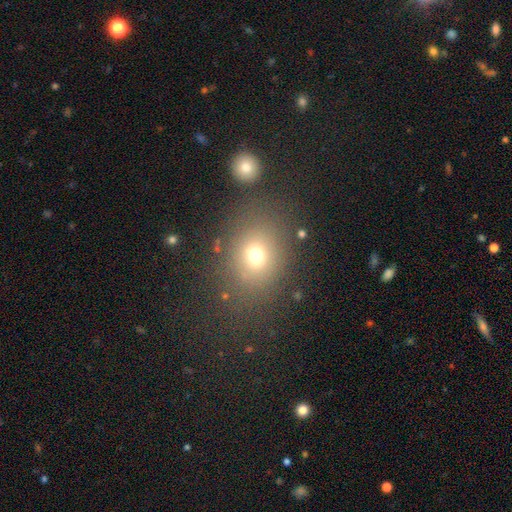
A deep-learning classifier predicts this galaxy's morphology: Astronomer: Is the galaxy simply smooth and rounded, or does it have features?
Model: smooth — 69%.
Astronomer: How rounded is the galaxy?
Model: round — 51% (runner-up: in between, 48%).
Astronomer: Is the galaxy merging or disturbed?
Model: none — 76%.